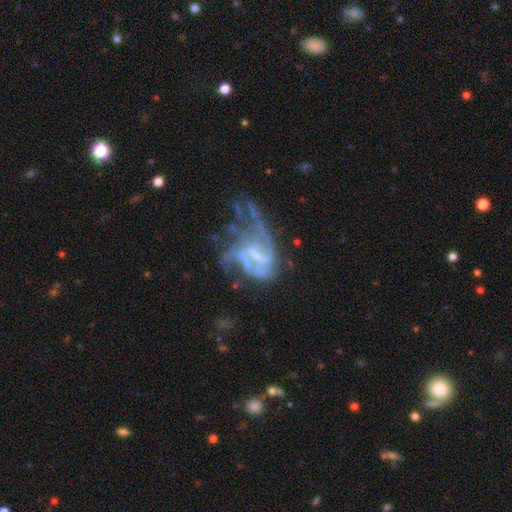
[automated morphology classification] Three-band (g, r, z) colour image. It shows a featured or disk galaxy (83%) with a weak bar (51%), medium (44%) spiral arms (85%) and a small central bulge (52%). Merging: major disturbance (48%).